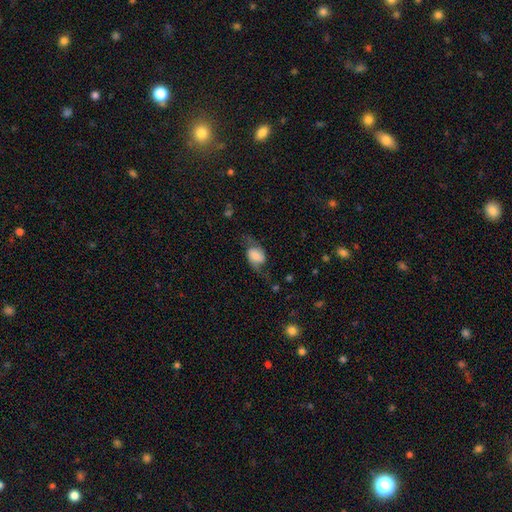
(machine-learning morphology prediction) featured or disk 57%, smooth 35%, star or artifact 8%. Down the decision tree: edge-on disk — no (95%); bar — no (47%); spiral arms — yes (89%); bulge size — small (24%, tied with large and moderate); merging — none (56%).